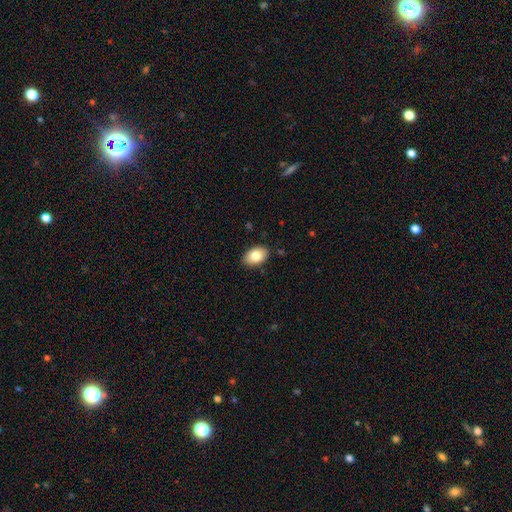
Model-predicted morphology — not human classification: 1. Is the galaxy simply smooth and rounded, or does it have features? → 81% smooth, 11% featured or disk, 7% star or artifact.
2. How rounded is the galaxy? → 88% in between, 11% round, 1% cigar-shaped.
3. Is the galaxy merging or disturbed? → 87% none, 10% minor disturbance, 2% major disturbance, 1% merger.